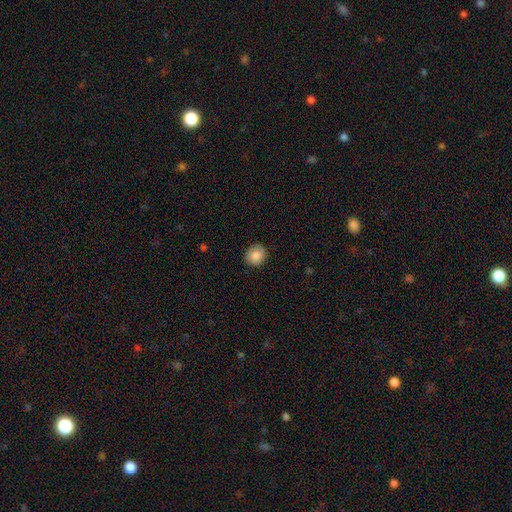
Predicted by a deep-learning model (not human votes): Overall: smooth (85%). How rounded: round (82%). Merging: none (90%).